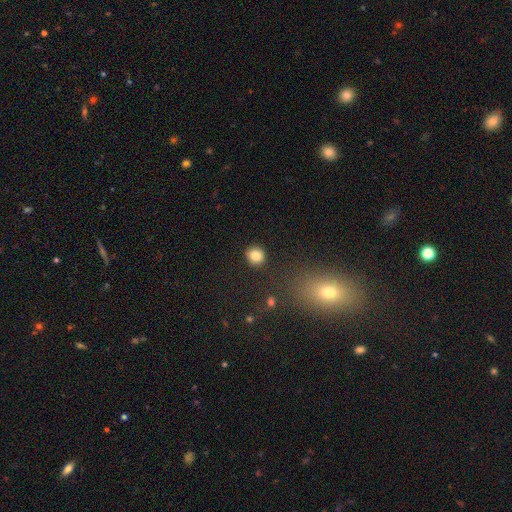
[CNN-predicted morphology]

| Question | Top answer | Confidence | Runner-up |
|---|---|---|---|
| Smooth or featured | smooth | 83% | star or artifact (10%) |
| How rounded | round | 86% | in between (13%) |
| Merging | none | 90% | minor disturbance (6%) |